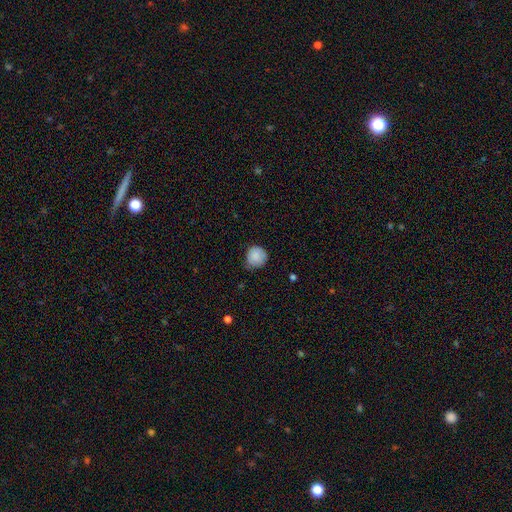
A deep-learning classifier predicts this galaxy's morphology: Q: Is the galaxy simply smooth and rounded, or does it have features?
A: smooth — 87%.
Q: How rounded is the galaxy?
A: round — 89%.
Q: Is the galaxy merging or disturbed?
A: none — 65%.